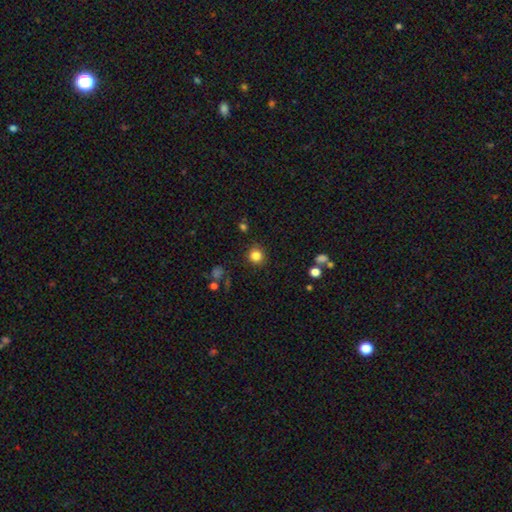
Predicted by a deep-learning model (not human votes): Smooth or featured?
  - smooth: 84% *
  - star or artifact: 12%
  - featured or disk: 5%
How rounded?
  - round: 91% *
  - in between: 8%
  - cigar-shaped: 1%
Merging?
  - none: 87% *
  - minor disturbance: 8%
  - major disturbance: 3%
  - merger: 2%